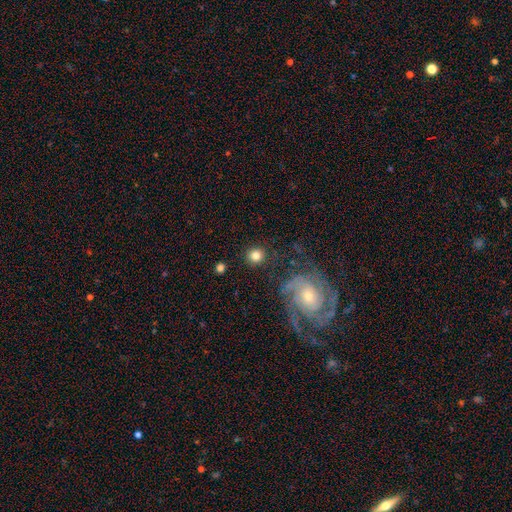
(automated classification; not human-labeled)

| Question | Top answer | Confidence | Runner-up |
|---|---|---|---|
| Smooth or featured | smooth | 82% | star or artifact (9%) |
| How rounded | round | 91% | in between (8%) |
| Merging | none | 87% | minor disturbance (7%) |